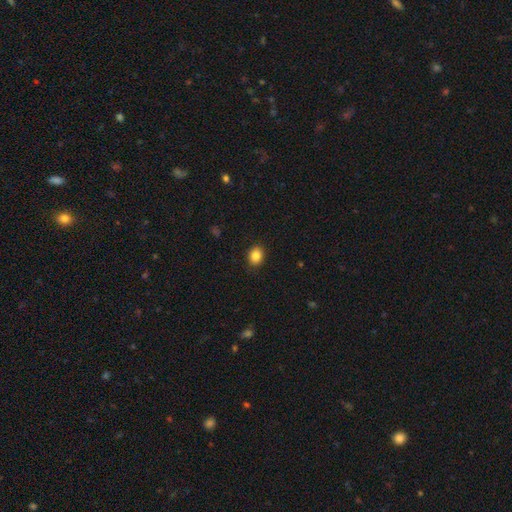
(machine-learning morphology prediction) Q: Smooth or featured?
A: smooth (86%); runner-up: star or artifact (9%)
Q: How rounded?
A: round (50%); runner-up: in between (49%)
Q: Merging?
A: none (89%); runner-up: minor disturbance (8%)